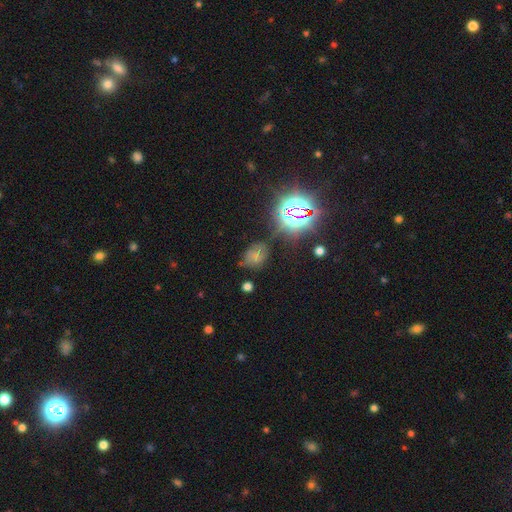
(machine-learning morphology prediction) smooth_or_featured: smooth (p=0.53) [alt: star or artifact p=0.31]
how_rounded: in between (p=0.62) [alt: round p=0.37]
merging: none (p=0.54) [alt: minor disturbance p=0.27]